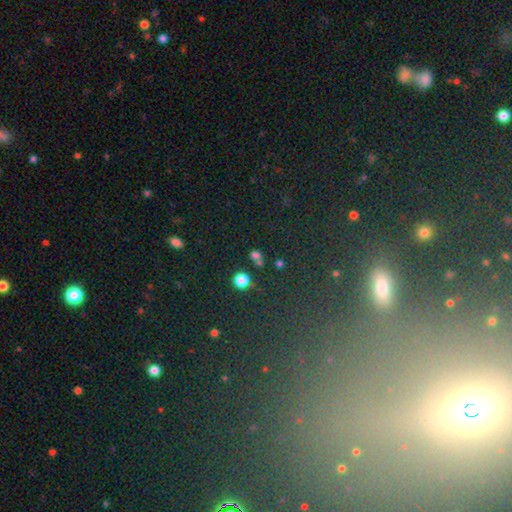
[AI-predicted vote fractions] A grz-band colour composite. It shows a smooth galaxy with no disk features (70%) that is round (82%). Merging: none (58%).